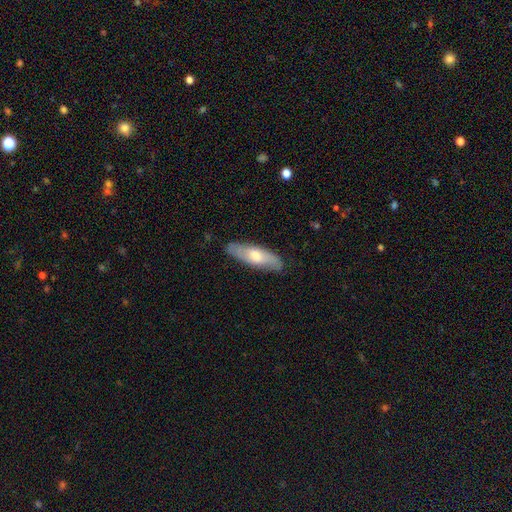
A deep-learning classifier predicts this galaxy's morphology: A smooth galaxy with no disk features (56%) that is in between round and cigar-shaped (50%).

Vote fractions:
- Smooth or featured? smooth: 56% / featured or disk: 39% / star or artifact: 6%
- How rounded? in between: 50% / cigar-shaped: 48% / round: 2%
- Merging? none: 83% / minor disturbance: 13% / major disturbance: 2% / merger: 1%